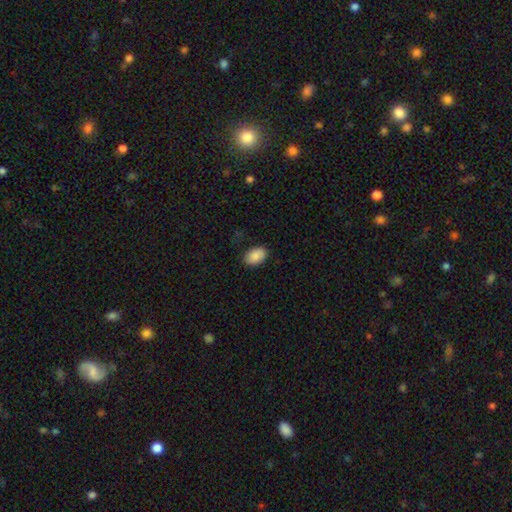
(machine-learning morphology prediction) This is clearly a smooth galaxy (90%). How rounded: clearly in between (87%). Merging: clearly none (85%).